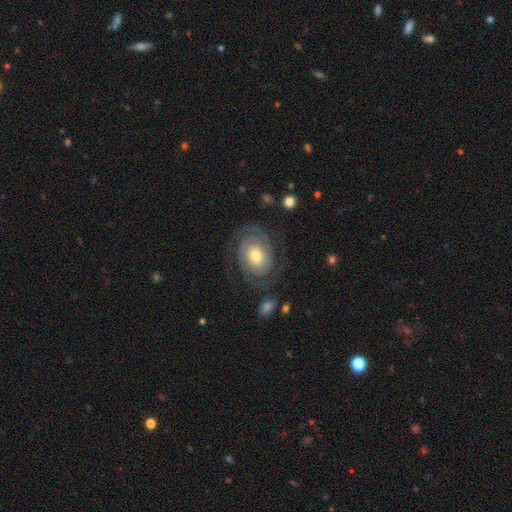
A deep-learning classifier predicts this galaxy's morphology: A featured or disk galaxy (84%) with no bar (74%), 2 (84%) tight (66%) spiral arms (95%) and a moderate central bulge (62%).

Vote fractions:
- Smooth or featured? featured or disk: 84% / smooth: 10% / star or artifact: 5%
- Edge-on disk? no: 97% / yes: 3%
- Bar? no: 74% / weak: 21% / strong: 6%
- Spiral arms? yes: 95% / no: 5%
- Spiral winding? tight: 66% / medium: 27% / loose: 8%
- Spiral arm count? 2: 84% / can't tell: 7% / 3: 3% / 1: 2% / 4: 2% / more than 4: 2%
- Bulge size? moderate: 62% / small: 27% / large: 9% / dominant: 2% / none: 1%
- Merging? none: 77% / minor disturbance: 12% / major disturbance: 9% / merger: 2%